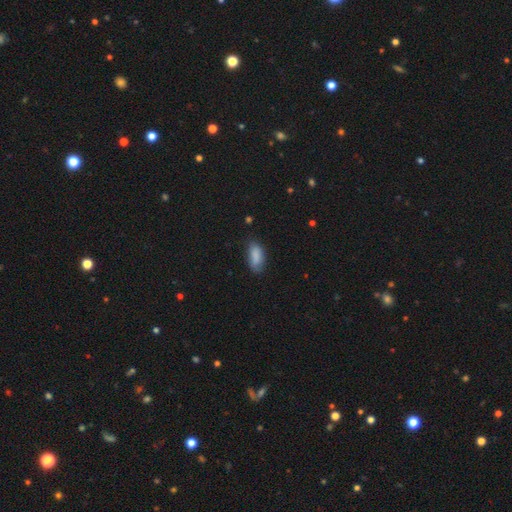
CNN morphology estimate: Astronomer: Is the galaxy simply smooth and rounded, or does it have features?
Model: smooth — 84%.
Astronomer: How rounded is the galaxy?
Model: in between — 83%.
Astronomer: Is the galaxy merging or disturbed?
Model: none — 65%.